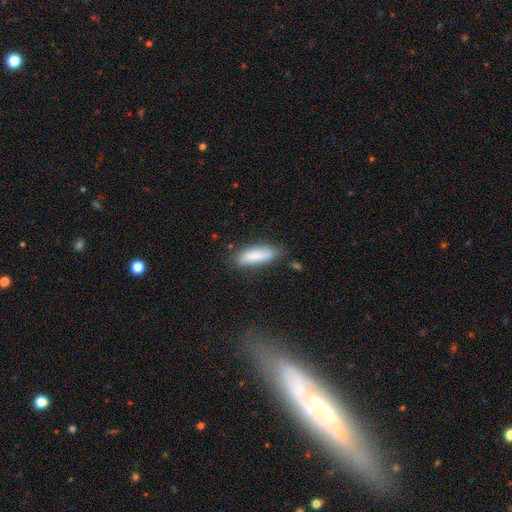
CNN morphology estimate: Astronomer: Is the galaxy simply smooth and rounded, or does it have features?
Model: smooth — 84%.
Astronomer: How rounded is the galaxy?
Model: in between — 53% (runner-up: cigar-shaped, 45%).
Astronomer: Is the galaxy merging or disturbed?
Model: none — 73%.